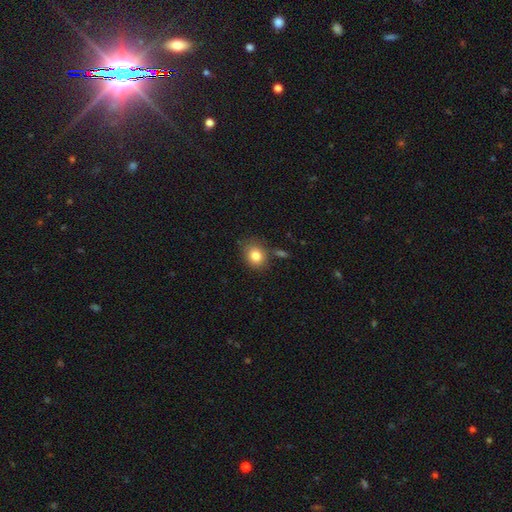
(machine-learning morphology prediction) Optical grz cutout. It shows a smooth galaxy with no disk features (83%) that is round (63%). Merging: none (74%).